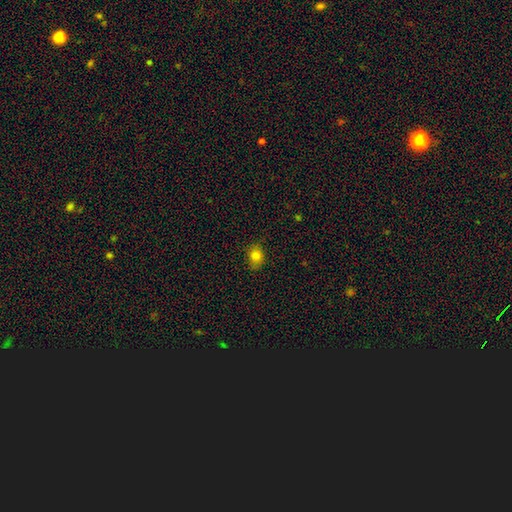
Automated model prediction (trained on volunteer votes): Smooth or featured? smooth (80%)
How rounded? in between (52%)
Merging? none (78%)